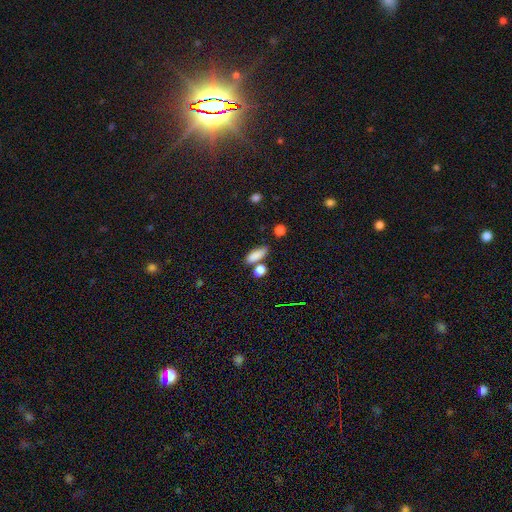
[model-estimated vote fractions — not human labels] Smooth or featured?
  - smooth: 85% *
  - star or artifact: 9%
  - featured or disk: 6%
How rounded?
  - in between: 69% *
  - cigar-shaped: 25%
  - round: 6%
Merging?
  - none: 65% *
  - merger: 16%
  - minor disturbance: 14%
  - major disturbance: 5%